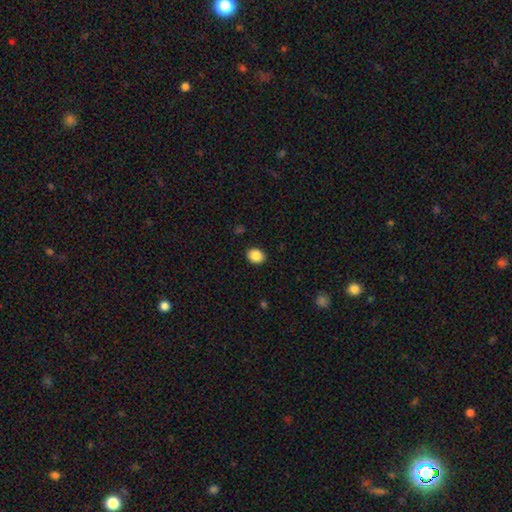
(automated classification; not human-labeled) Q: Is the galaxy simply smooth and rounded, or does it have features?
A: smooth — 87%.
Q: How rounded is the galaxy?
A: round — 56%.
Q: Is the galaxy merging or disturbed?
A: none — 91%.